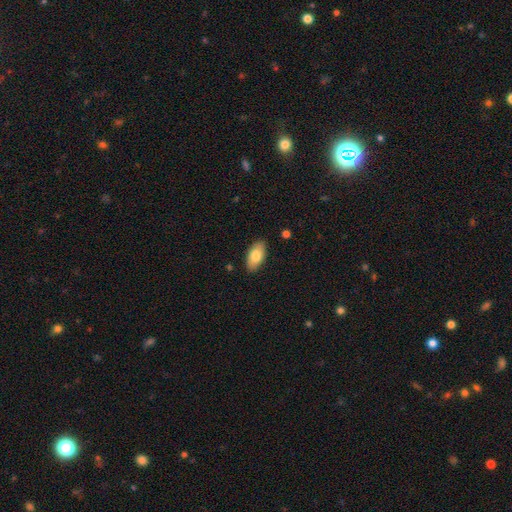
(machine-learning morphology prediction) Smooth or featured: smooth — 80% (featured or disk — 13%)
How rounded: in between — 92% (cigar-shaped — 5%)
Merging: none — 87% (minor disturbance — 9%)